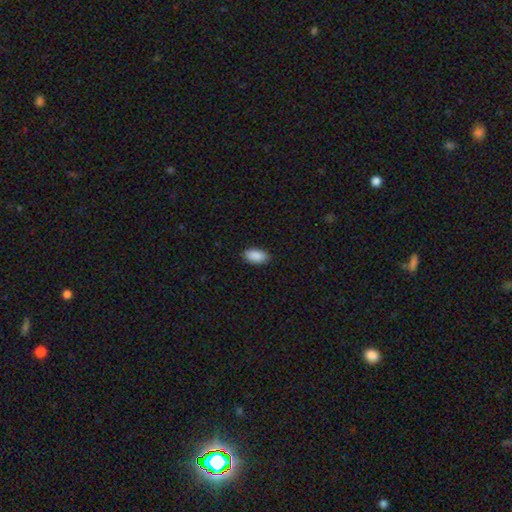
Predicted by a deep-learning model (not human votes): Smooth or featured?
  - smooth: 91% *
  - star or artifact: 6%
  - featured or disk: 3%
How rounded?
  - in between: 95% *
  - round: 3%
  - cigar-shaped: 2%
Merging?
  - none: 89% *
  - minor disturbance: 9%
  - major disturbance: 2%
  - merger: 1%